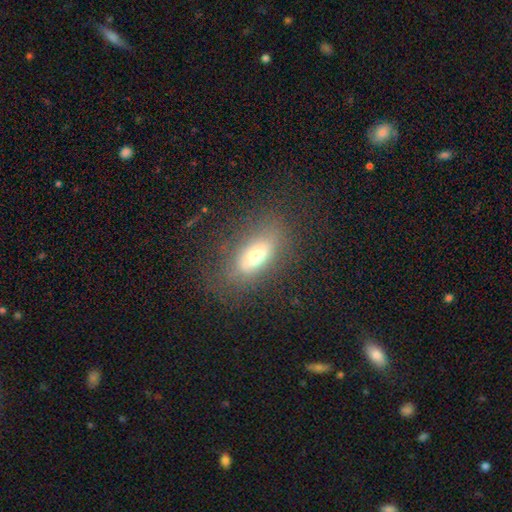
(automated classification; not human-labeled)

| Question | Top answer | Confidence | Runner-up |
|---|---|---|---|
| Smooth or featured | smooth | 60% | featured or disk (28%) |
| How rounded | in between | 80% | cigar-shaped (14%) |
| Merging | none | 68% | minor disturbance (18%) |